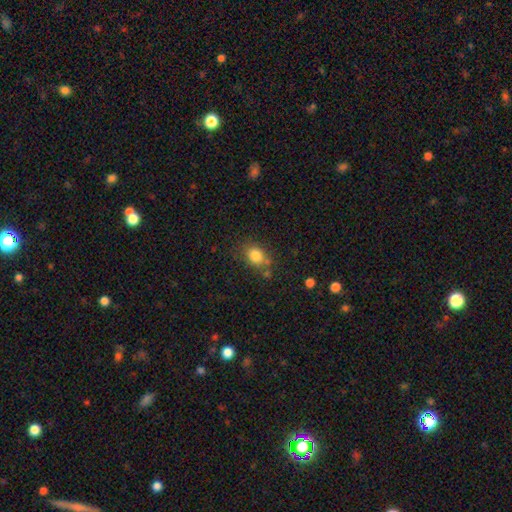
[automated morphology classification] Overall: smooth (82%). How rounded: in between (59%; round 39%). Merging: none (66%).